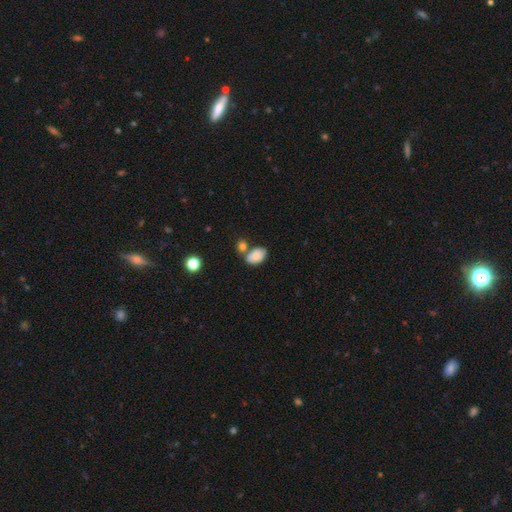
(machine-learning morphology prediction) smooth_or_featured: smooth (p=0.84) [alt: star or artifact p=0.08]
how_rounded: in between (p=0.89) [alt: round p=0.10]
merging: none (p=0.51) [alt: merger p=0.29]